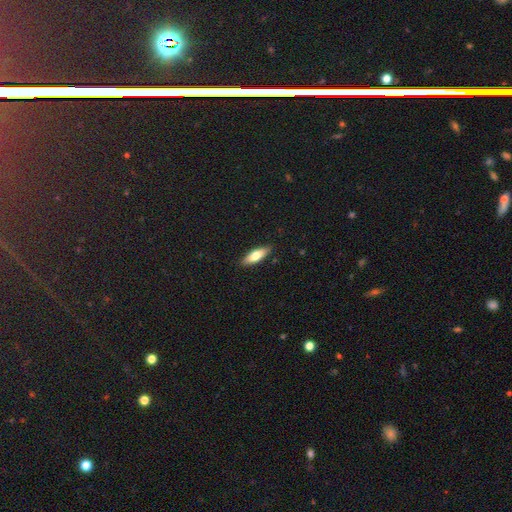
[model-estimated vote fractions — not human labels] Morphology: type=smooth (69%); roundness=in between (54%); merging=none (88%).